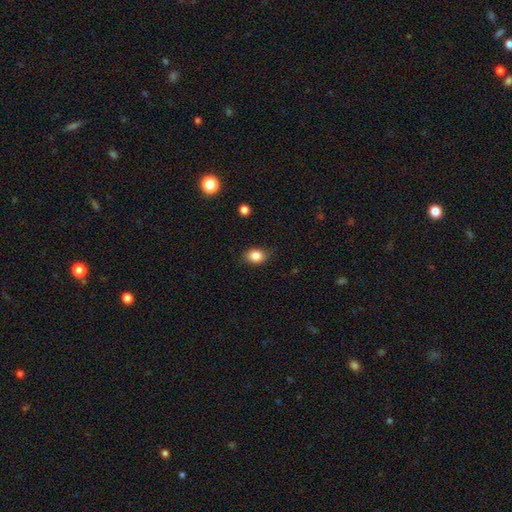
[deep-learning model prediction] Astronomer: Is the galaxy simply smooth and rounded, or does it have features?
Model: smooth — 85%.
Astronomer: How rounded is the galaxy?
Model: in between — 65%.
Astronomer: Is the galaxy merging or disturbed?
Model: none — 80%.